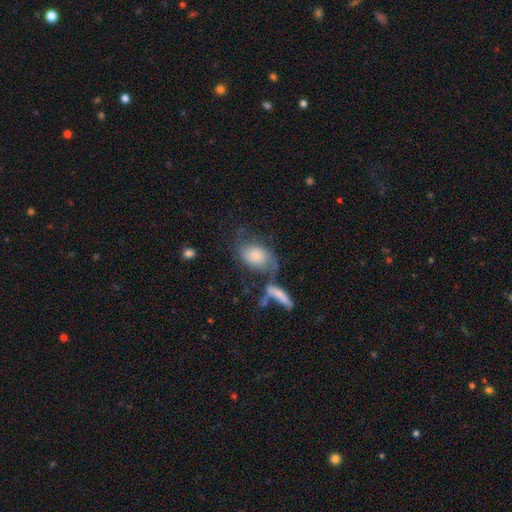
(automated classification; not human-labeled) smooth 62%, featured or disk 30%, star or artifact 7%. Down the decision tree: how rounded — in between (80%); merging — none (31%).